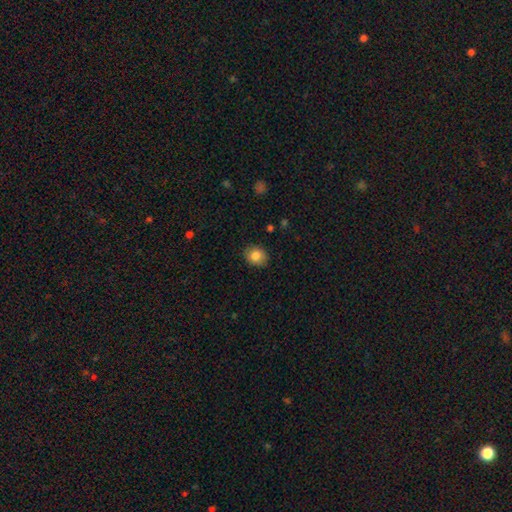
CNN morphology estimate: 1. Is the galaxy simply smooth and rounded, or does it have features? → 83% smooth, 9% star or artifact, 8% featured or disk.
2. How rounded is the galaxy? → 63% round, 36% in between, 1% cigar-shaped.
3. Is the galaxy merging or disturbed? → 88% none, 9% minor disturbance, 2% major disturbance, 1% merger.